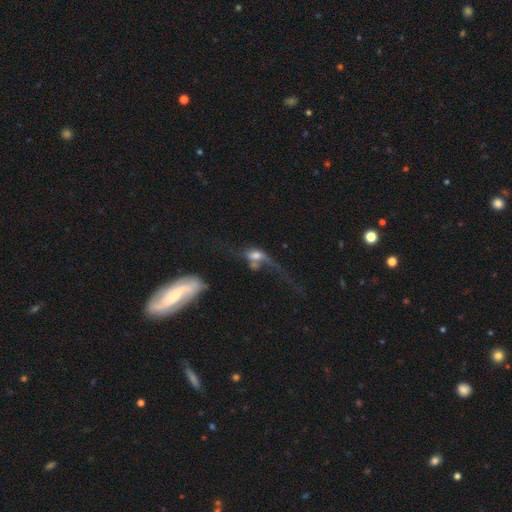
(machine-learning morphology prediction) A featured or disk galaxy (44%, tied with smooth). Merging: major disturbance (44%).